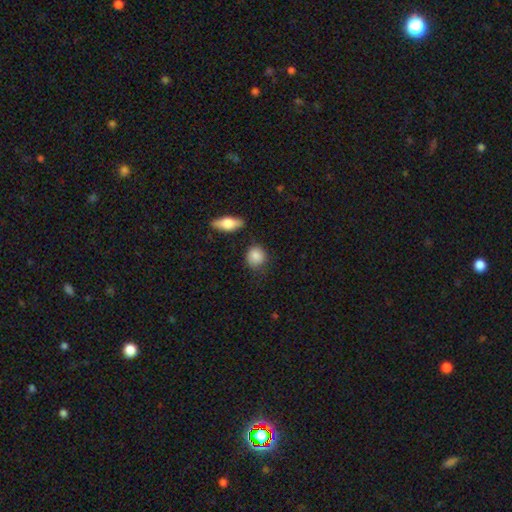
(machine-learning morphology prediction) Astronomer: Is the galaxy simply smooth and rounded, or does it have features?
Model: smooth — 86%.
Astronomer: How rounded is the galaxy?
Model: round — 73%.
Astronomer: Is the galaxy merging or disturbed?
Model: none — 74%.